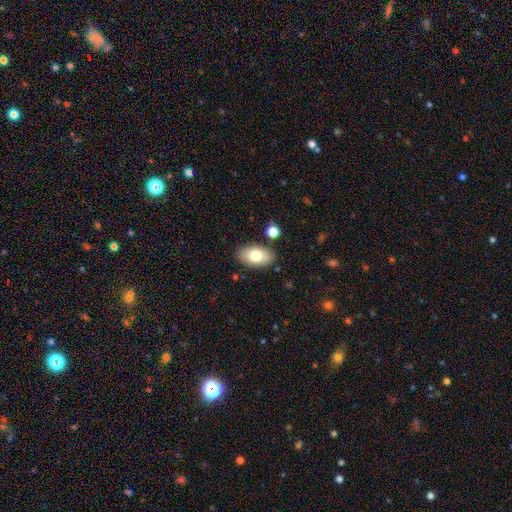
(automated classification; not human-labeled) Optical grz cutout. It shows a smooth galaxy with no disk features (75%) that is in between round and cigar-shaped (92%). Merging: none (85%).